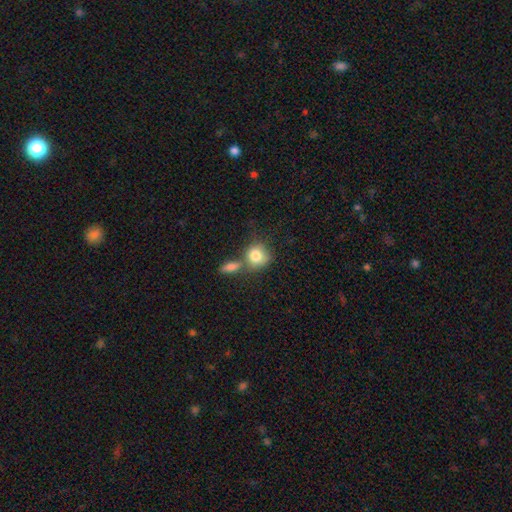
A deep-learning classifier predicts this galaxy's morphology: smooth_or_featured: smooth (p=0.82) [alt: featured or disk p=0.10]
how_rounded: round (p=0.78) [alt: in between p=0.21]
merging: none (p=0.45) [alt: merger p=0.37]